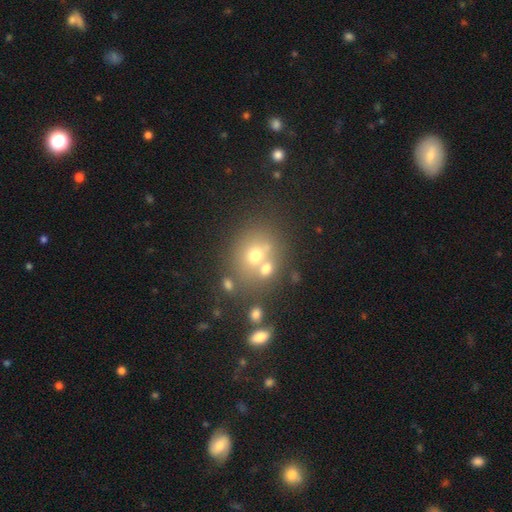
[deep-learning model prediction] smooth-or-featured: smooth: 61% | featured or disk: 22% | star or artifact: 17%
  how-rounded: round: 74% | in between: 25% | cigar-shaped: 1%
  merging: none: 50% | merger: 35% | minor disturbance: 10% | major disturbance: 5%